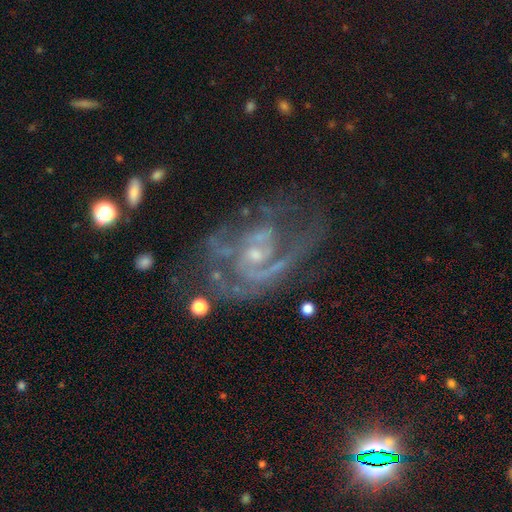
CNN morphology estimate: Q: Smooth or featured?
A: featured or disk (86%); runner-up: star or artifact (7%)
Q: Edge-on disk?
A: no (97%); runner-up: yes (3%)
Q: Bar?
A: no (63%); runner-up: weak (30%)
Q: Spiral arms?
A: yes (87%); runner-up: no (13%)
Q: Spiral winding?
A: medium (45%); runner-up: tight (38%)
Q: Spiral arm count?
A: 2 (42%); runner-up: can't tell (25%)
Q: Bulge size?
A: small (61%); runner-up: moderate (29%)
Q: Merging?
A: none (48%); runner-up: major disturbance (26%)